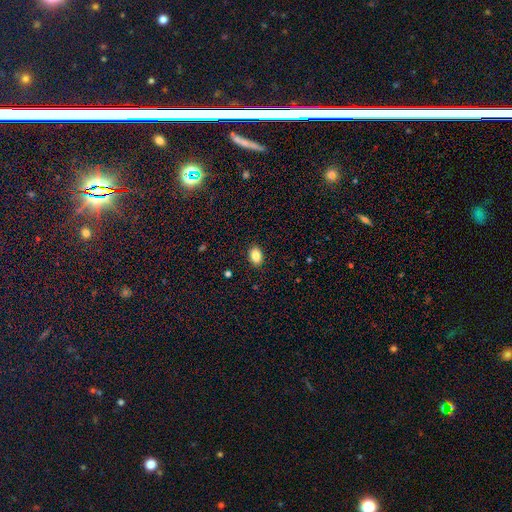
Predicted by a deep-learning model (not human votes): A smooth galaxy with no disk features (85%) that is in between round and cigar-shaped (79%). Merging: none (89%).